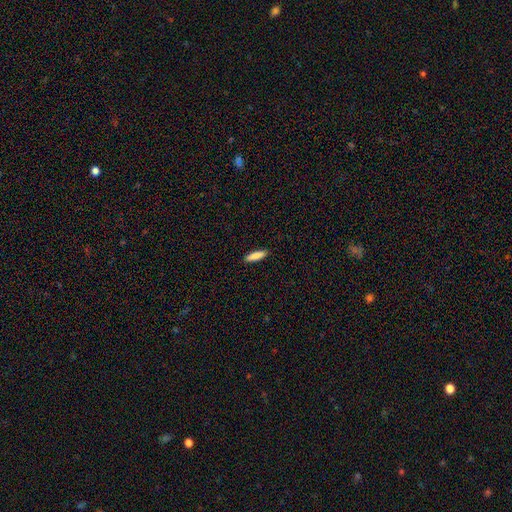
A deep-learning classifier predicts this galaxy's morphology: smooth 85%, featured or disk 9%, star or artifact 6%. Down the decision tree: how rounded — cigar-shaped (66%); merging — none (90%).